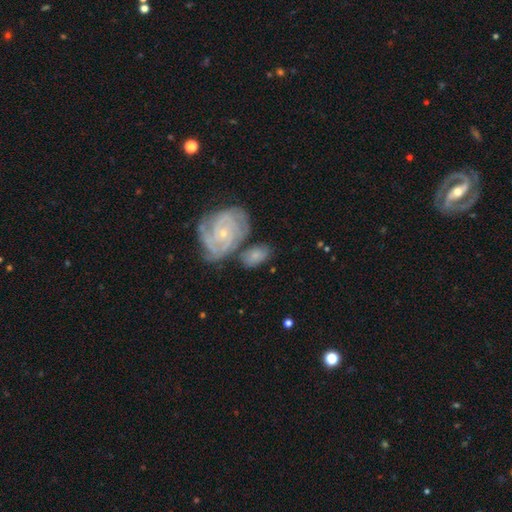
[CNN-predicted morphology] Smooth or featured? featured or disk (60%)
Edge-on disk? no (96%)
Bar? no (69%)
Spiral arms? yes (90%)
Spiral winding? tight (68%)
Spiral arm count? 3 (31%)
Bulge size? small (76%)
Merging? none (57%)